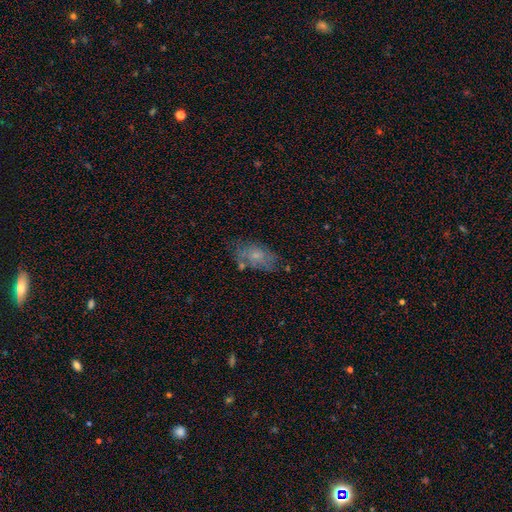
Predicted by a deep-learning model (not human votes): Morphology: type=smooth (64%); roundness=in between (89%); merging=none (63%).